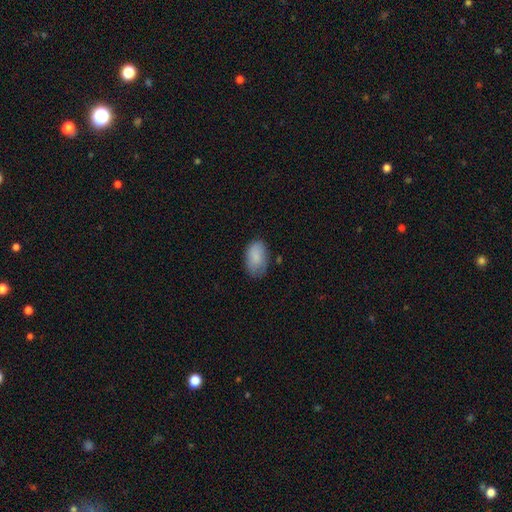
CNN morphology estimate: A smooth galaxy with no disk features (86%) that is in between round and cigar-shaped (93%). Merging: none (68%).